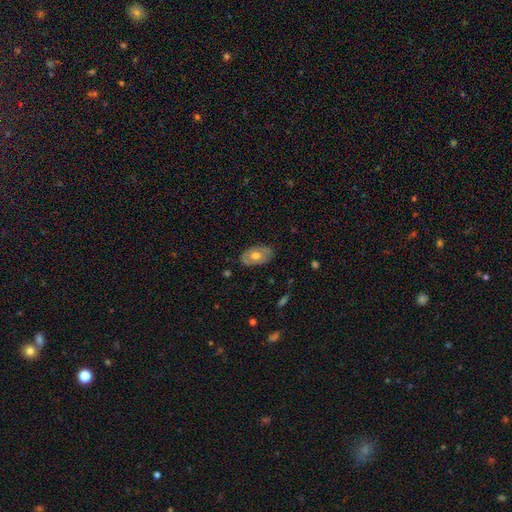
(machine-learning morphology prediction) The model was most divided on "smooth or featured": smooth: 47%, featured or disk: 46%, star or artifact: 7%. More confident: merging — none (79%).